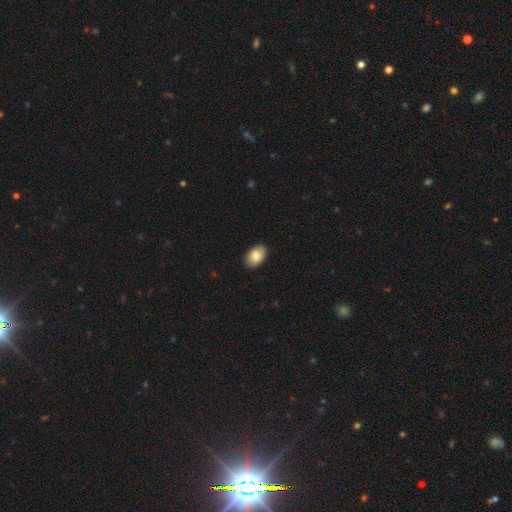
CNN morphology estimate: Smooth or featured? Predicted: smooth (p=0.84). How rounded? Predicted: in between (p=0.90). Merging? Predicted: none (p=0.89).